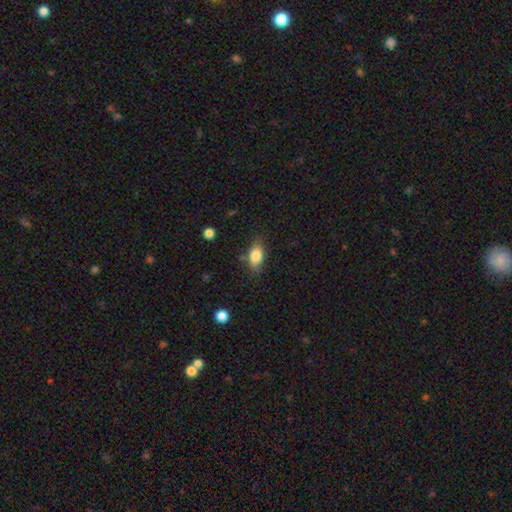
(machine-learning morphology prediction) This appears to be a smooth galaxy with no disk features (82%) that is in between round and cigar-shaped (85%). Merging: none (74%).